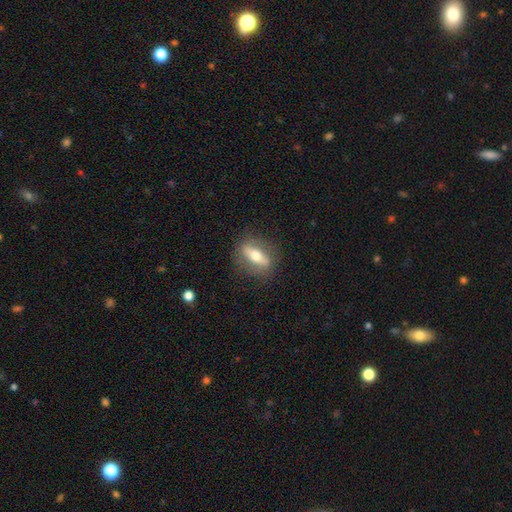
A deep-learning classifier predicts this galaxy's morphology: smooth-or-featured: featured or disk: 56% | smooth: 37% | star or artifact: 7%
  disk-edge-on: yes: 64% | no: 36%
  merging: none: 83% | minor disturbance: 11% | major disturbance: 5% | merger: 1%